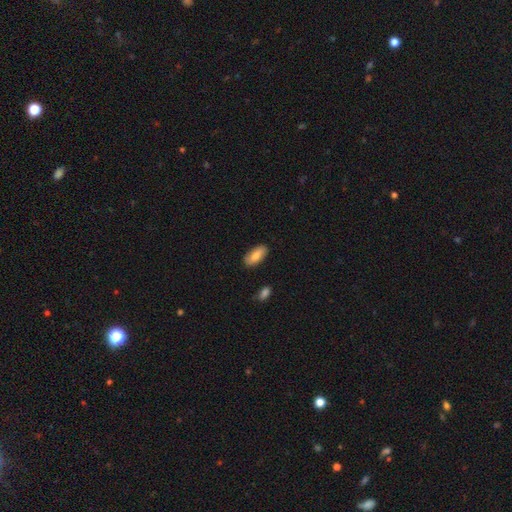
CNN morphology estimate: Q: Smooth or featured?
A: smooth (77%); runner-up: featured or disk (17%)
Q: How rounded?
A: in between (88%); runner-up: cigar-shaped (9%)
Q: Merging?
A: none (84%); runner-up: minor disturbance (12%)